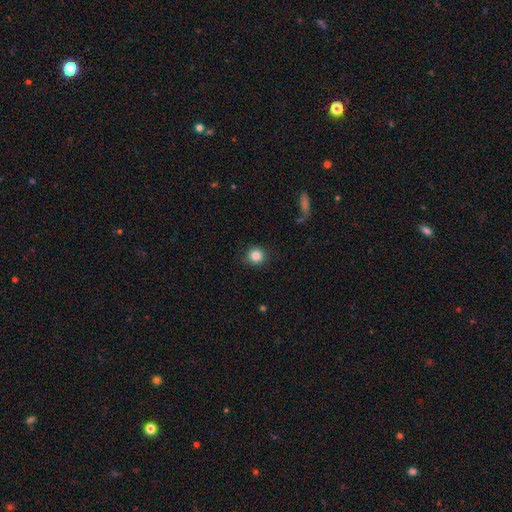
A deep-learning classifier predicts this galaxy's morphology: Q: Smooth or featured?
A: smooth (84%); runner-up: star or artifact (11%)
Q: How rounded?
A: round (92%); runner-up: in between (7%)
Q: Merging?
A: none (90%); runner-up: minor disturbance (7%)